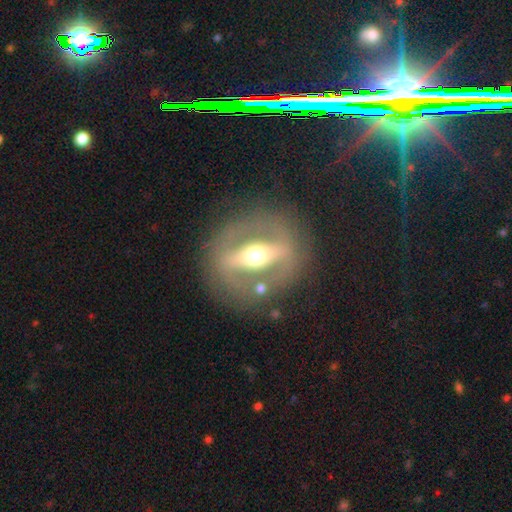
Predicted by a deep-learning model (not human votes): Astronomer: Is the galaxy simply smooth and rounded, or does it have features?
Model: featured or disk — 79%.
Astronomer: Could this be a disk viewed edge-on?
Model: no — 69%.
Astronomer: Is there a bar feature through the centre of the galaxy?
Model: strong — 80%.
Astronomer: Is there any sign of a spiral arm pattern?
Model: no — 75%.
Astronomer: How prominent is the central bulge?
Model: moderate — 68%.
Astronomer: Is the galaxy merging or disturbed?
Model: none — 81%.